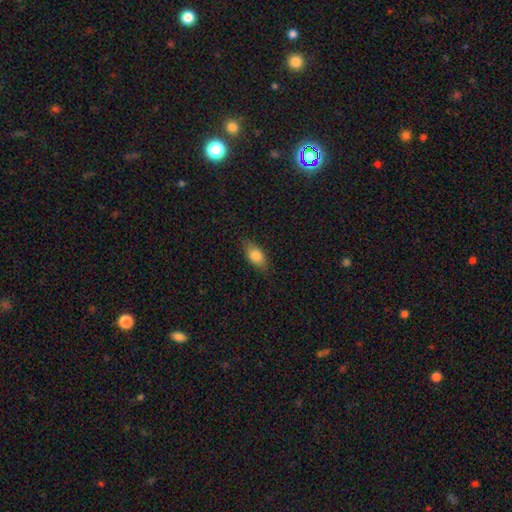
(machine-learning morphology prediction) Smooth or featured: smooth — 81% (featured or disk — 11%)
How rounded: in between — 87% (cigar-shaped — 8%)
Merging: none — 82% (minor disturbance — 14%)